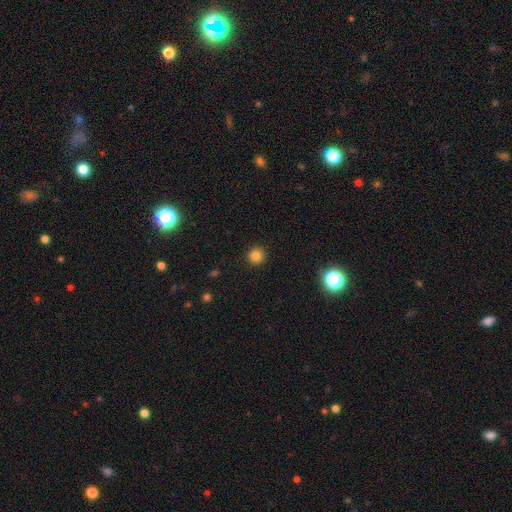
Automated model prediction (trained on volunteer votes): smooth-or-featured: smooth: 82% | star or artifact: 13% | featured or disk: 5%
  how-rounded: round: 93% | in between: 6% | cigar-shaped: 1%
  merging: none: 91% | minor disturbance: 6% | major disturbance: 2% | merger: 1%